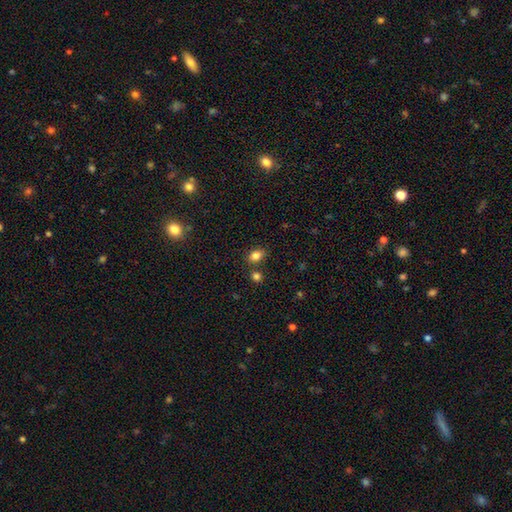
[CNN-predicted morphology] Smooth or featured? smooth (84%)
How rounded? in between (72%)
Merging? none (74%)